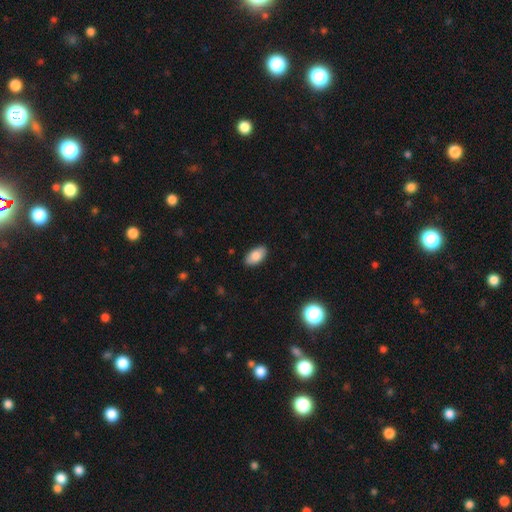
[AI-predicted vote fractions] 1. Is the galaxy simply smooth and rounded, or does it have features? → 84% smooth, 9% featured or disk, 7% star or artifact.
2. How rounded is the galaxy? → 94% in between, 4% round, 2% cigar-shaped.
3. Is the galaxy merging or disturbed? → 89% none, 8% minor disturbance, 2% major disturbance, 1% merger.